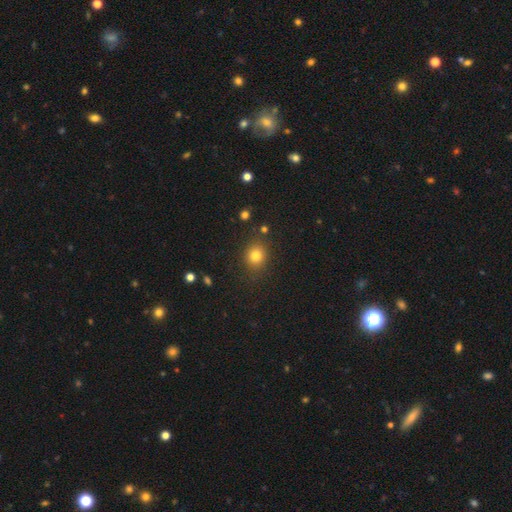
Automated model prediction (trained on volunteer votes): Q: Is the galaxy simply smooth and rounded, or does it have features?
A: smooth — 80%.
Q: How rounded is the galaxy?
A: round — 75%.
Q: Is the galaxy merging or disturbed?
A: none — 84%.